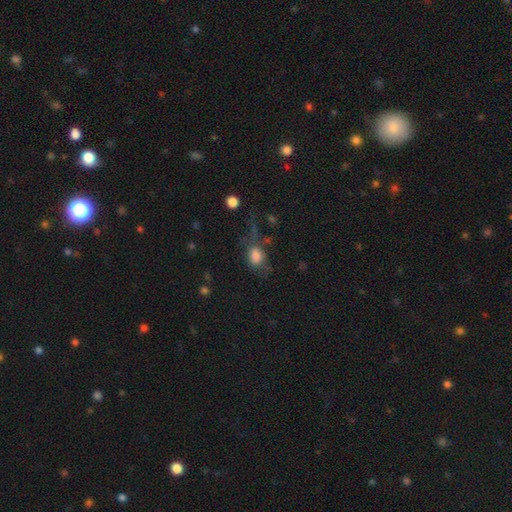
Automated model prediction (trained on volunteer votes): Overall: smooth (79%). How rounded: in between (67%; round 31%). Merging: none (40%; major disturbance 29%).